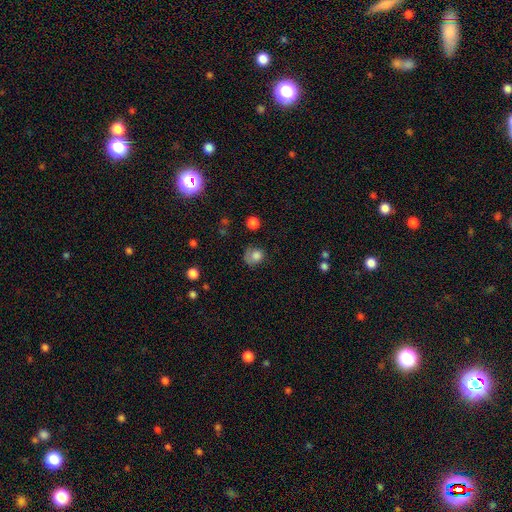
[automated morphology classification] A smooth galaxy with no disk features (78%) that is round (71%). Merging: none (47%).